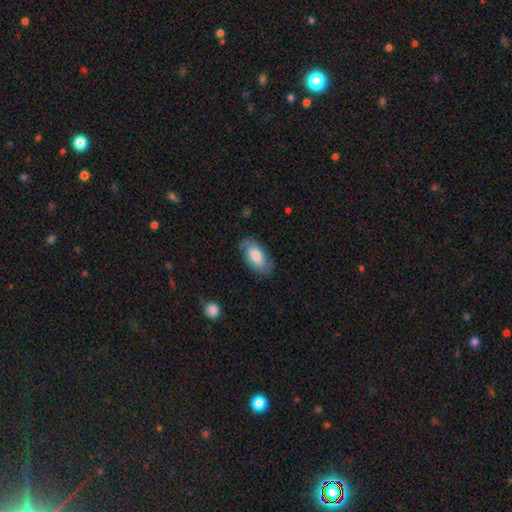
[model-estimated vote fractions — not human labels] A smooth galaxy with no disk features (66%) that is in between round and cigar-shaped (93%).

Vote fractions:
- Smooth or featured? smooth: 66% / featured or disk: 28% / star or artifact: 6%
- How rounded? in between: 93% / cigar-shaped: 4% / round: 3%
- Merging? none: 72% / minor disturbance: 20% / major disturbance: 6% / merger: 1%